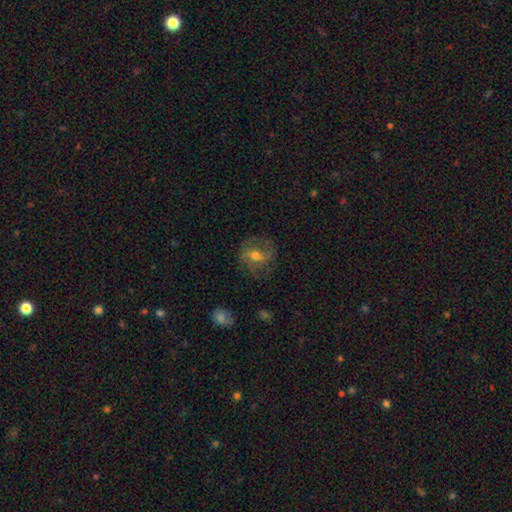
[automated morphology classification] Q: Smooth or featured?
A: featured or disk (55%); runner-up: smooth (36%)
Q: Edge-on disk?
A: no (95%); runner-up: yes (5%)
Q: Bar?
A: weak (43%); runner-up: no (36%)
Q: Spiral arms?
A: yes (69%); runner-up: no (31%)
Q: Bulge size?
A: moderate (66%); runner-up: small (27%)
Q: Merging?
A: none (67%); runner-up: minor disturbance (19%)